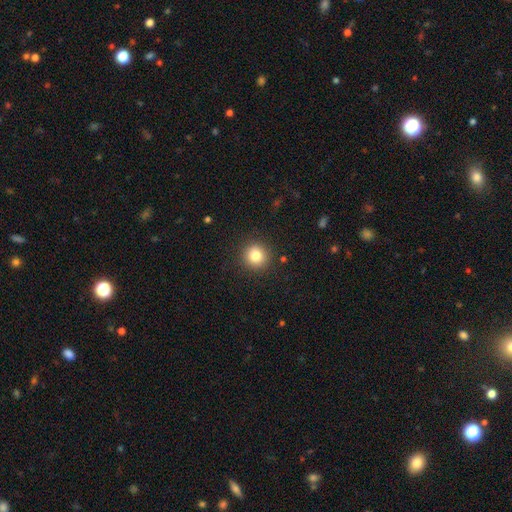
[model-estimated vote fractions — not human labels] Overall: smooth (82%). How rounded: round (94%). Merging: none (91%).